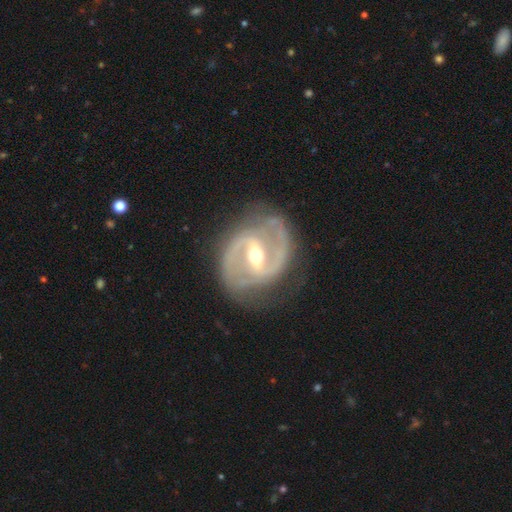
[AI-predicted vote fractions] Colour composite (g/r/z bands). It shows a featured or disk galaxy (91%) with a strong bar (45%), 2 (88%) medium (54%) spiral arms (96%) and a moderate central bulge (69%). Merging: none (71%).